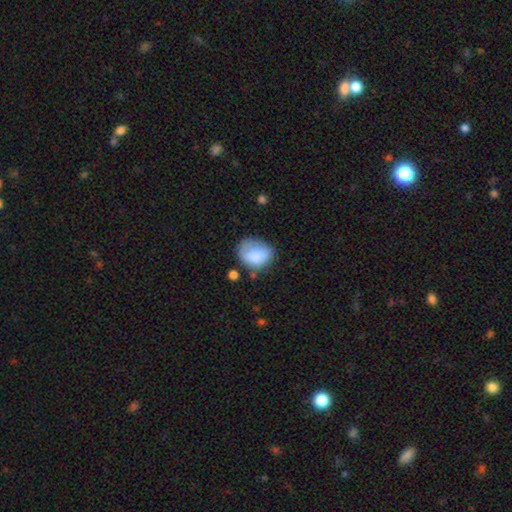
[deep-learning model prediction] This appears to be a smooth galaxy with no disk features (80%) that is in between round and cigar-shaped (53%). Merging: none (50%).